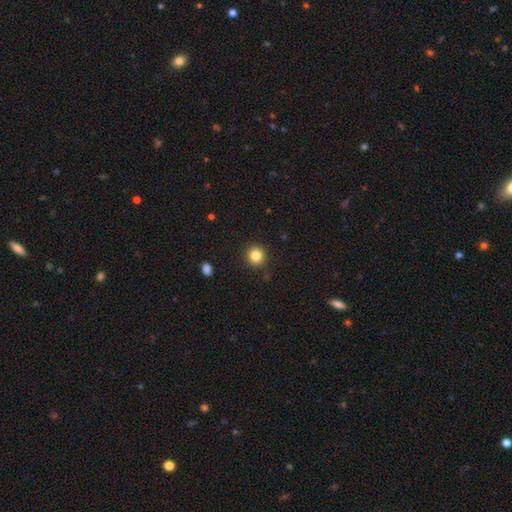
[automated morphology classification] Smooth or featured? smooth (84%)
How rounded? round (93%)
Merging? none (91%)